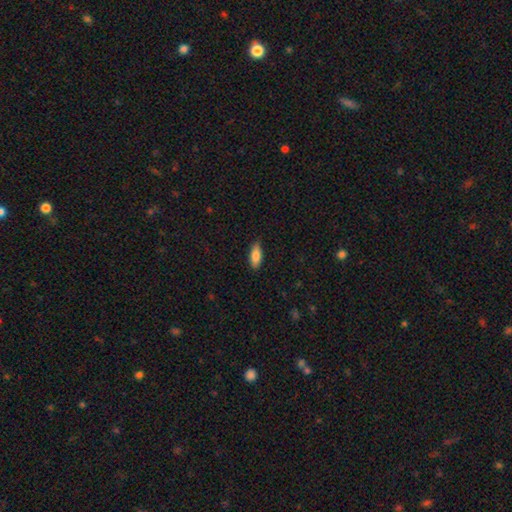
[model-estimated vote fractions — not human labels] Smooth or featured?
  - smooth: 83% *
  - featured or disk: 10%
  - star or artifact: 6%
How rounded?
  - in between: 72% *
  - cigar-shaped: 26%
  - round: 2%
Merging?
  - none: 85% *
  - minor disturbance: 12%
  - major disturbance: 2%
  - merger: 1%